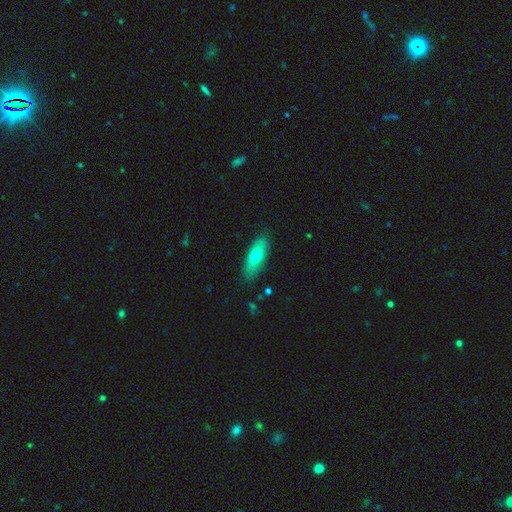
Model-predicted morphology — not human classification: A smooth galaxy with no disk features (70%) that is in between round and cigar-shaped (61%). Merging: none (84%).